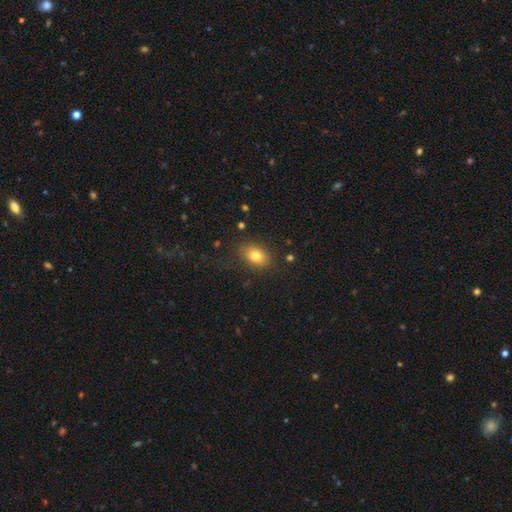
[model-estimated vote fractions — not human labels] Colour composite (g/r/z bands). It shows a smooth galaxy with no disk features (79%) that is in between round and cigar-shaped (77%). Merging: none (79%).